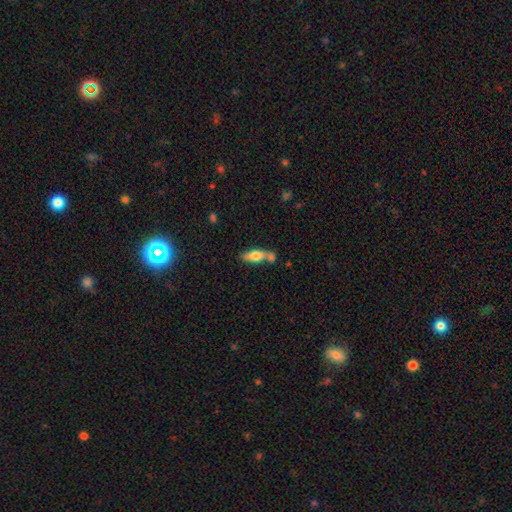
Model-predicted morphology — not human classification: smooth_or_featured: smooth (p=0.68) [alt: featured or disk p=0.25]
how_rounded: in between (p=0.64) [alt: cigar-shaped p=0.33]
merging: none (p=0.47) [alt: merger p=0.33]